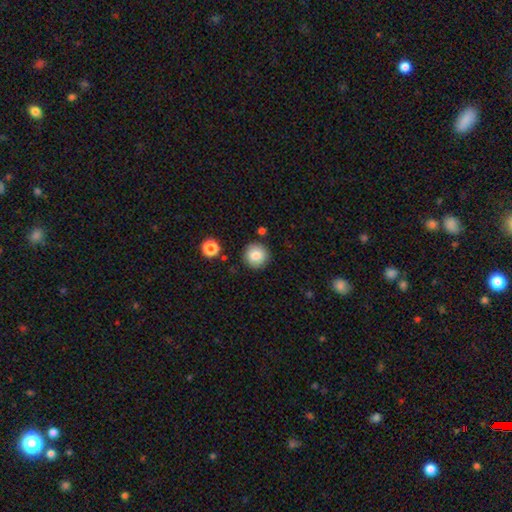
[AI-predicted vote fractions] smooth 85%, star or artifact 9%, featured or disk 6%. Down the decision tree: how rounded — round (95%); merging — none (88%).